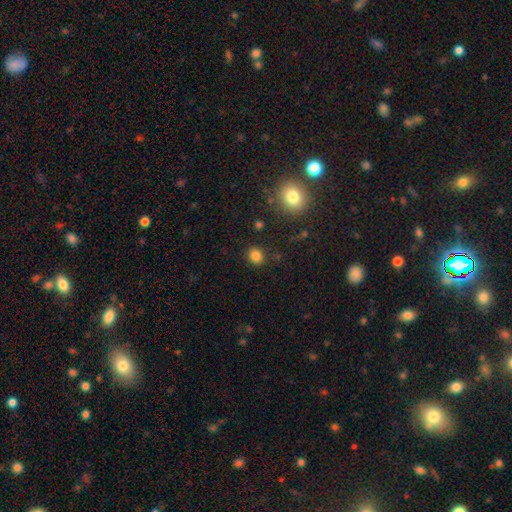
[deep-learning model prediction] smooth 82%, star or artifact 13%, featured or disk 5%. Down the decision tree: how rounded — round (61%); merging — none (86%).